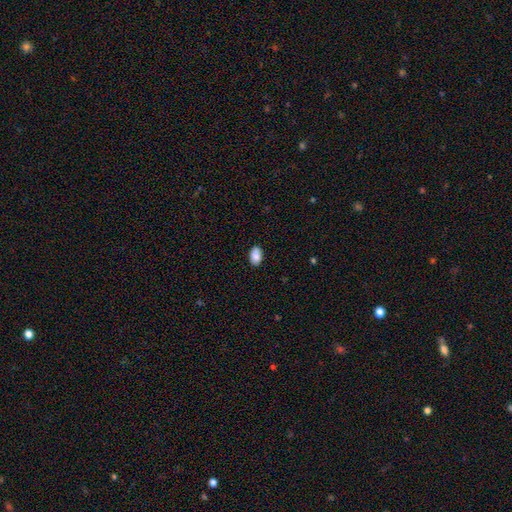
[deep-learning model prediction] smooth 88%, star or artifact 7%, featured or disk 5%. Down the decision tree: how rounded — in between (90%); merging — none (86%).